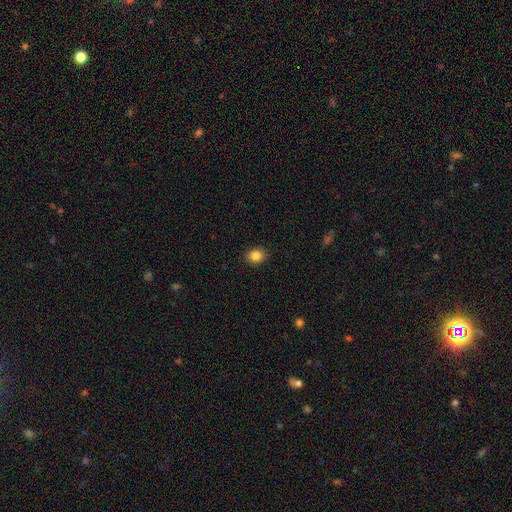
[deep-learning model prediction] A smooth galaxy with no disk features (85%) that is round (66%).

Vote fractions:
- Smooth or featured? smooth: 85% / star or artifact: 10% / featured or disk: 5%
- How rounded? round: 66% / in between: 33% / cigar-shaped: 1%
- Merging? none: 89% / minor disturbance: 8% / major disturbance: 2% / merger: 1%